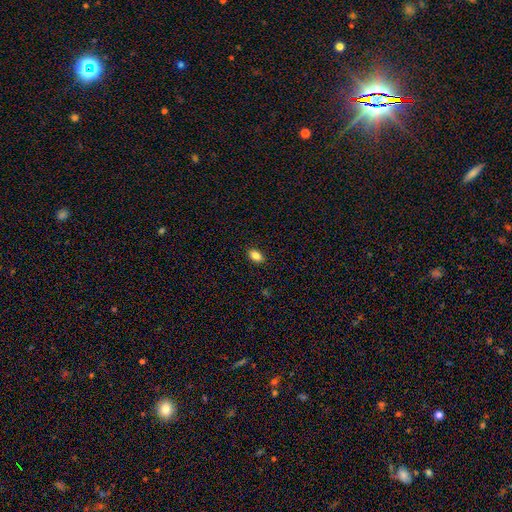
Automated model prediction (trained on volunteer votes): smooth_or_featured: smooth (p=0.83) [alt: star or artifact p=0.09]
how_rounded: in between (p=0.86) [alt: round p=0.11]
merging: none (p=0.89) [alt: minor disturbance p=0.08]